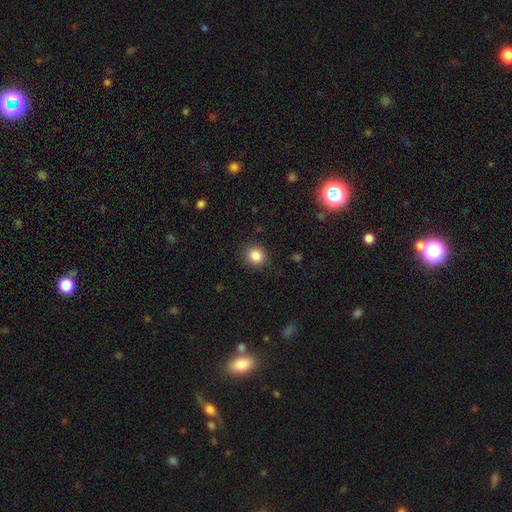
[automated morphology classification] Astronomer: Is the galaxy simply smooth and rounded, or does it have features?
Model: smooth — 86%.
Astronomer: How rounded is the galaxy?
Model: round — 87%.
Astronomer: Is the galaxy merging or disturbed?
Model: none — 89%.